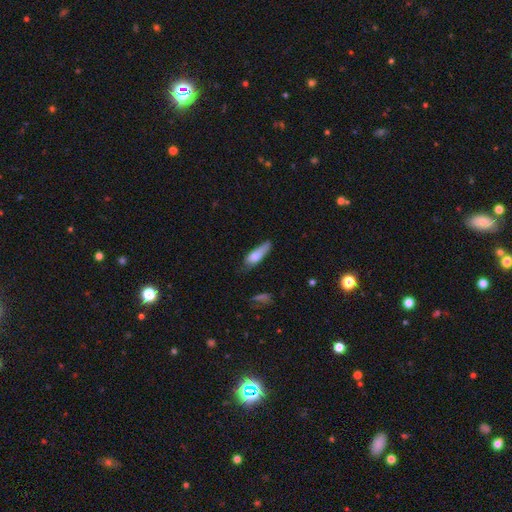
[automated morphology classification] Overall: smooth (74%). How rounded: cigar-shaped (53%; in between 45%). Merging: none (40%; minor disturbance 38%).